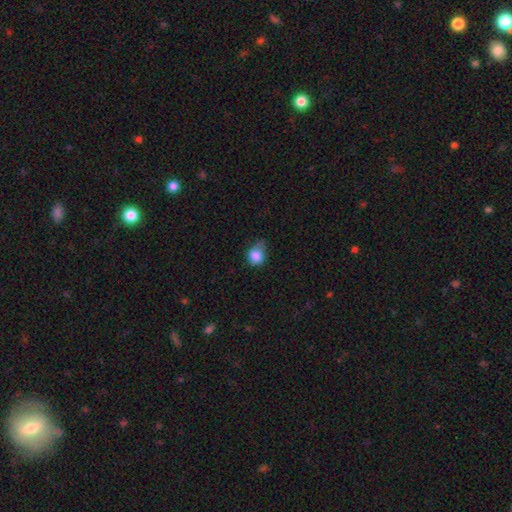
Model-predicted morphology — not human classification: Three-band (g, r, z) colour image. It shows a smooth galaxy with no disk features (84%) that is round (63%). Merging: minor disturbance (44%).